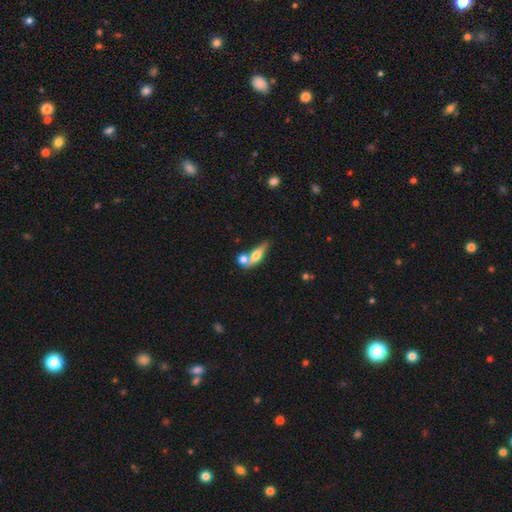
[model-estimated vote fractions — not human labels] Smooth or featured: smooth — 53% (featured or disk — 39%)
How rounded: in between — 48% (cigar-shaped — 44%)
Merging: merger — 43% (none — 38%)